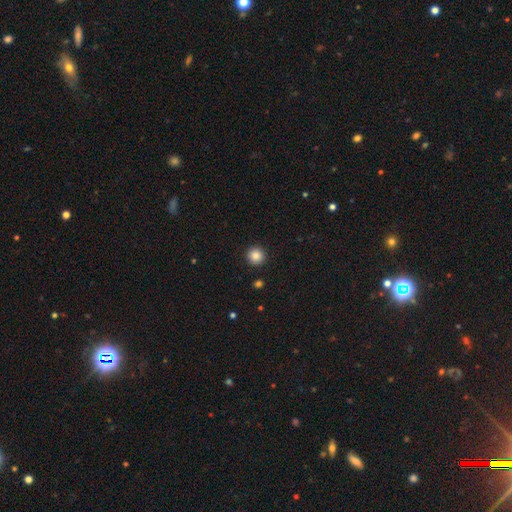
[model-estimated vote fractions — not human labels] Q: Smooth or featured?
A: smooth (86%); runner-up: star or artifact (10%)
Q: How rounded?
A: round (95%); runner-up: in between (4%)
Q: Merging?
A: none (93%); runner-up: minor disturbance (5%)